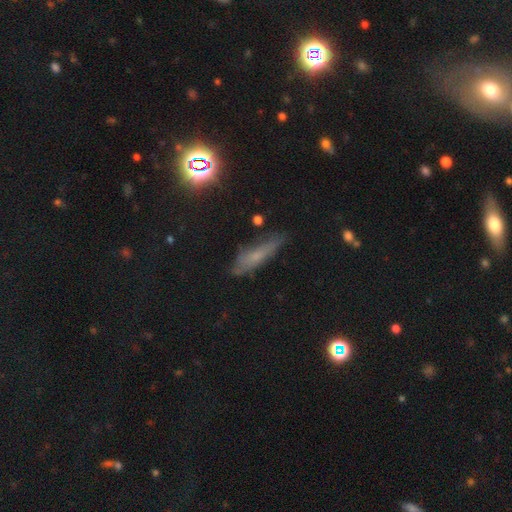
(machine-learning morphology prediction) This is possibly a smooth galaxy (51%). How rounded: likely cigar-shaped (70%). Merging: likely none (66%).